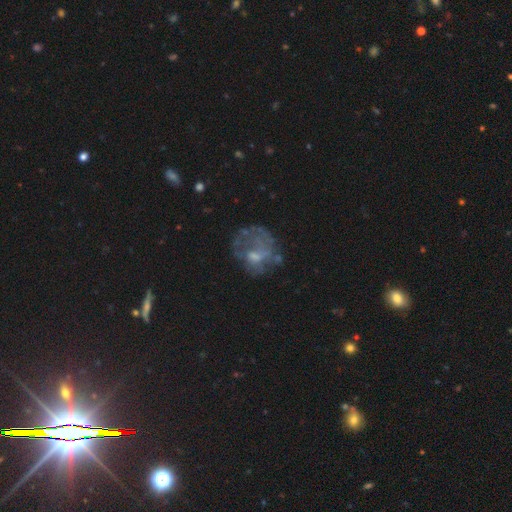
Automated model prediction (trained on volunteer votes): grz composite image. It shows a featured or disk galaxy (57%) with no bar (71%), no spiral arms (64%) and a moderate central bulge (38%). Merging: none (44%).